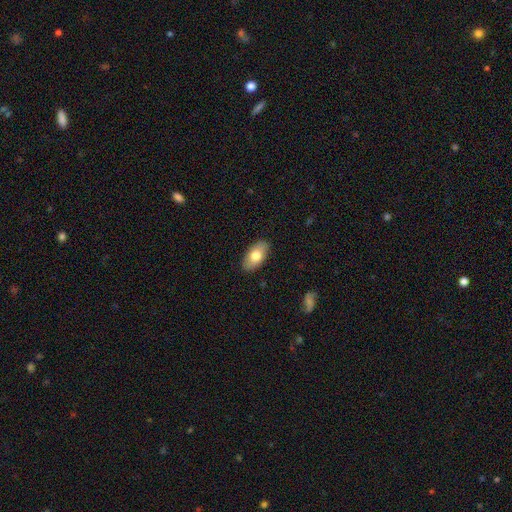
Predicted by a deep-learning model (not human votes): Smooth or featured: smooth — 76% (featured or disk — 18%)
How rounded: in between — 94% (round — 4%)
Merging: none — 88% (minor disturbance — 9%)